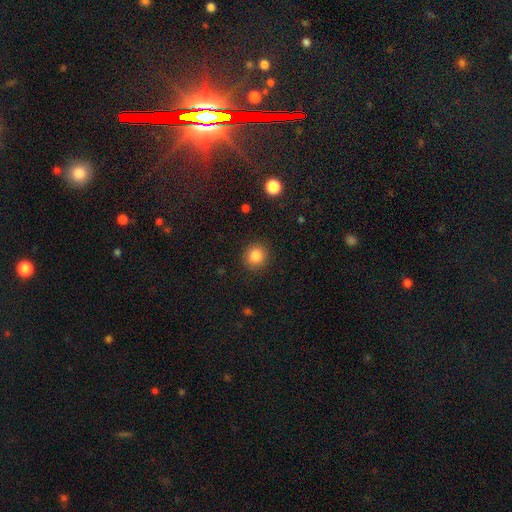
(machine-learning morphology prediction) type=smooth (84%); roundness=round (87%); merging=none (90%).